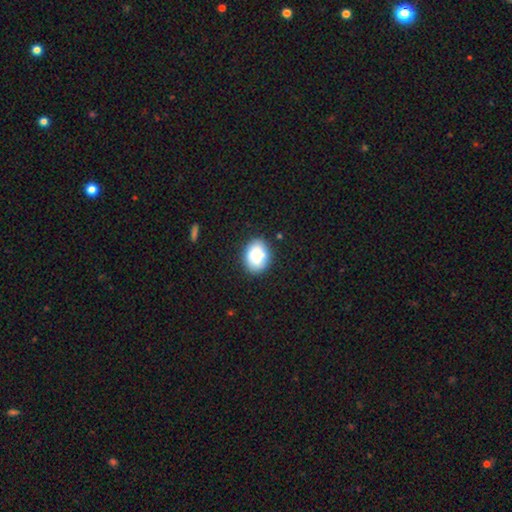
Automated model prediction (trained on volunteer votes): Q: Smooth or featured?
A: smooth (85%); runner-up: star or artifact (8%)
Q: How rounded?
A: in between (67%); runner-up: round (32%)
Q: Merging?
A: none (80%); runner-up: minor disturbance (14%)